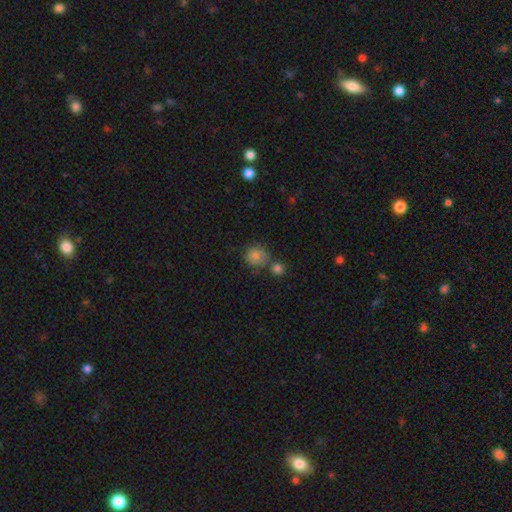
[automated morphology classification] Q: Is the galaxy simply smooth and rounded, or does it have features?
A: smooth — 81%.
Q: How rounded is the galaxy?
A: round — 86%.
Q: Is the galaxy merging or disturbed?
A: none — 65%.